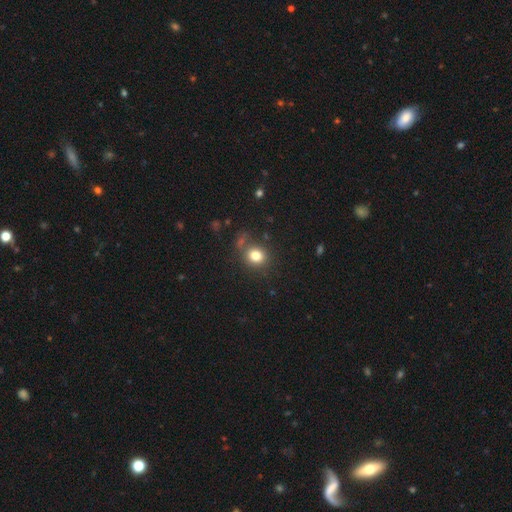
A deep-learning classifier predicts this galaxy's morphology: Smooth or featured? smooth (80%)
How rounded? round (77%)
Merging? none (75%)